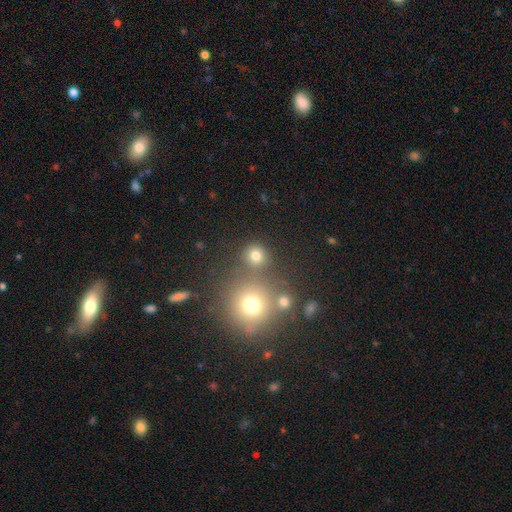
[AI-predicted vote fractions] smooth_or_featured: smooth (p=0.77) [alt: star or artifact p=0.17]
how_rounded: round (p=0.90) [alt: in between p=0.09]
merging: none (p=0.74) [alt: merger p=0.16]